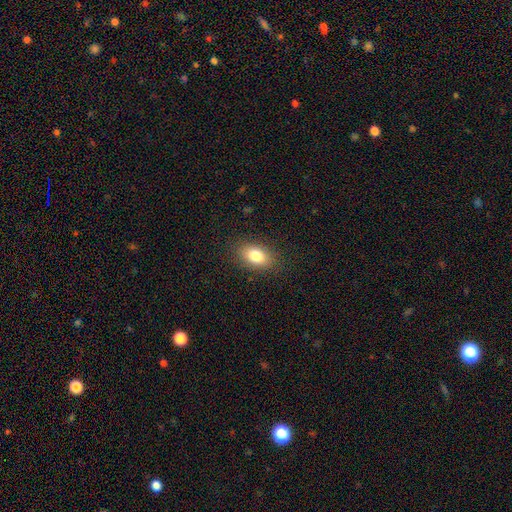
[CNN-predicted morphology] This is clearly a smooth galaxy (82%). How rounded: clearly in between (88%). Merging: clearly none (86%).